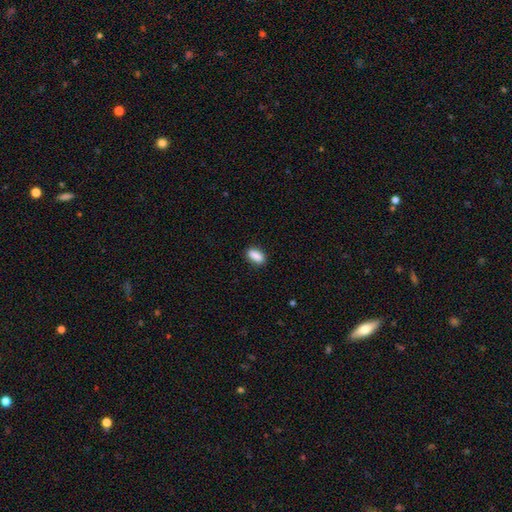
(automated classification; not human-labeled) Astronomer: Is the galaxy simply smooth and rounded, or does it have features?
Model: smooth — 87%.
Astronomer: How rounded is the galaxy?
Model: in between — 80%.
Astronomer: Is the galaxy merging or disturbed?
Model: none — 86%.